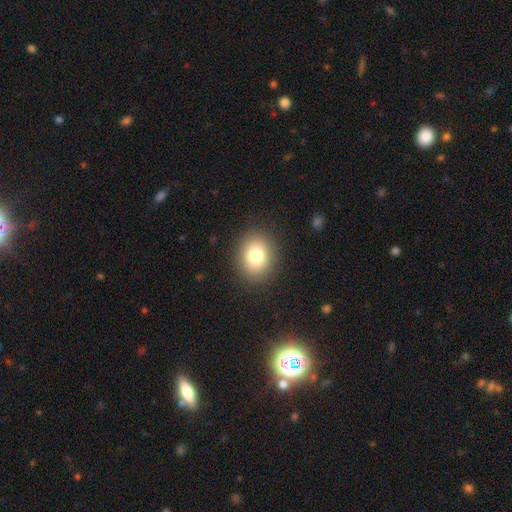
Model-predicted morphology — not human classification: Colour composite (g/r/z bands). It shows a smooth galaxy with no disk features (80%) that is round (56%). Merging: none (88%).